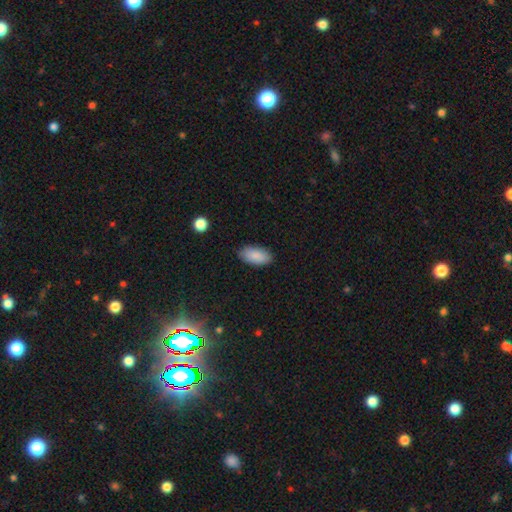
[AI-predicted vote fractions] smooth_or_featured: smooth (p=0.89) [alt: star or artifact p=0.07]
how_rounded: in between (p=0.93) [alt: cigar-shaped p=0.04]
merging: none (p=0.86) [alt: minor disturbance p=0.11]